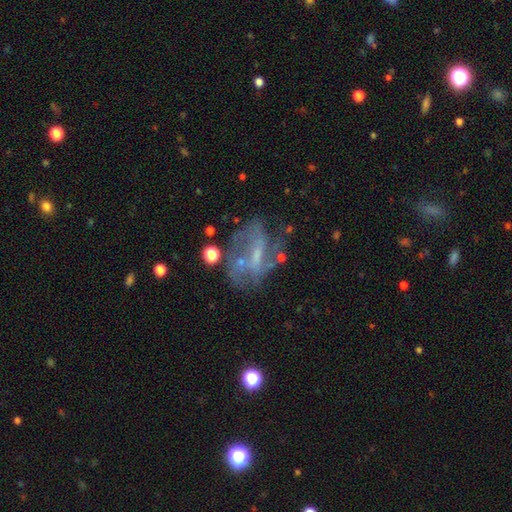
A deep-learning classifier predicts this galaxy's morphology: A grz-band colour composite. It shows a featured or disk galaxy (69%) with a weak bar (42%), spiral arms (60%) and a small central bulge (48%). Merging: none (45%).